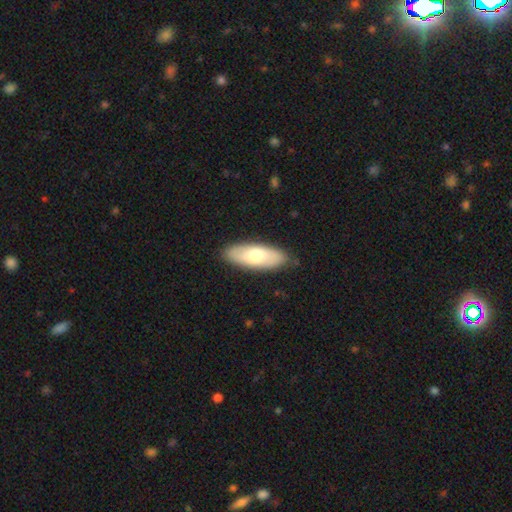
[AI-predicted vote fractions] Smooth or featured?
  - smooth: 68% *
  - featured or disk: 27%
  - star or artifact: 5%
How rounded?
  - in between: 73% *
  - cigar-shaped: 25%
  - round: 2%
Merging?
  - none: 87% *
  - minor disturbance: 10%
  - major disturbance: 2%
  - merger: 1%